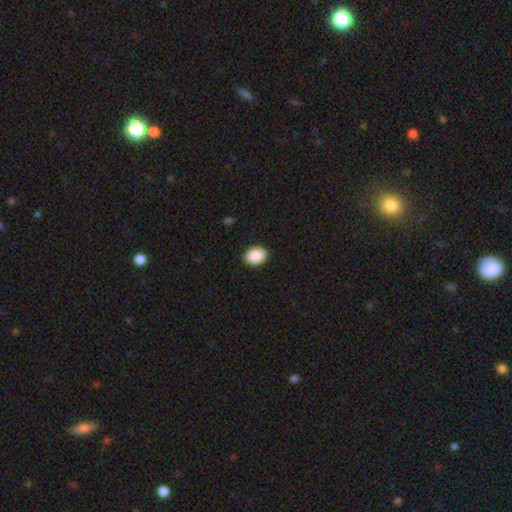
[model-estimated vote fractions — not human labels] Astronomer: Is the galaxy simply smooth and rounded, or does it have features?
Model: smooth — 90%.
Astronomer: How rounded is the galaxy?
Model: in between — 67%.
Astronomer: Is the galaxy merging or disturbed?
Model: none — 91%.